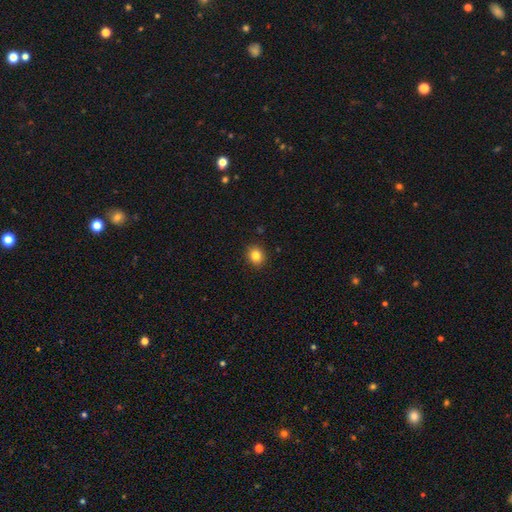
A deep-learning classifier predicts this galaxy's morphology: Q: Smooth or featured?
A: smooth (83%); runner-up: star or artifact (11%)
Q: How rounded?
A: round (79%); runner-up: in between (20%)
Q: Merging?
A: none (91%); runner-up: minor disturbance (6%)